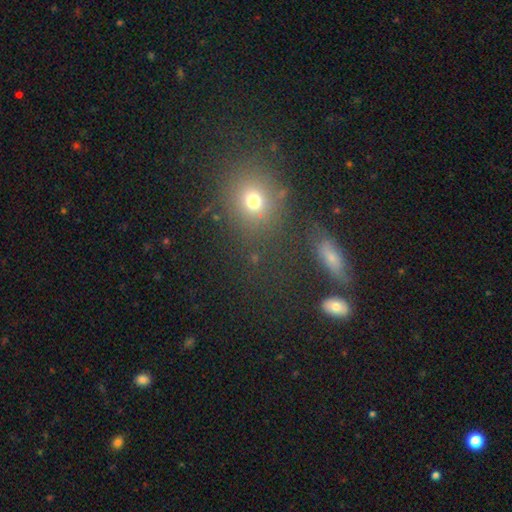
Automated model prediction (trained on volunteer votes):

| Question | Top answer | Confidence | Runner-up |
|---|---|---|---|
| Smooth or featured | smooth | 60% | star or artifact (28%) |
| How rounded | round | 63% | in between (33%) |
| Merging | none | 72% | minor disturbance (12%) |